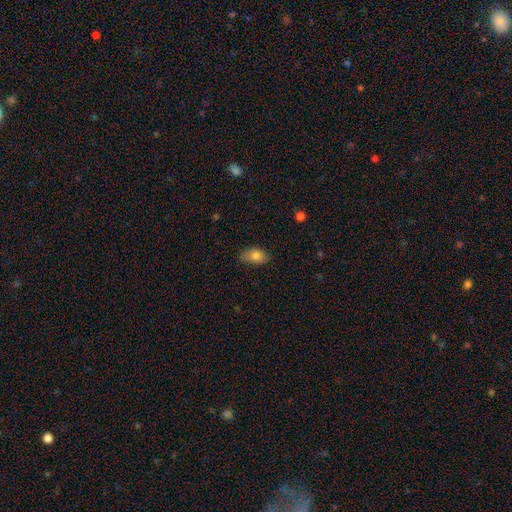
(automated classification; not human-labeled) This is clearly a smooth galaxy (82%). How rounded: clearly in between (88%). Merging: likely none (66%).